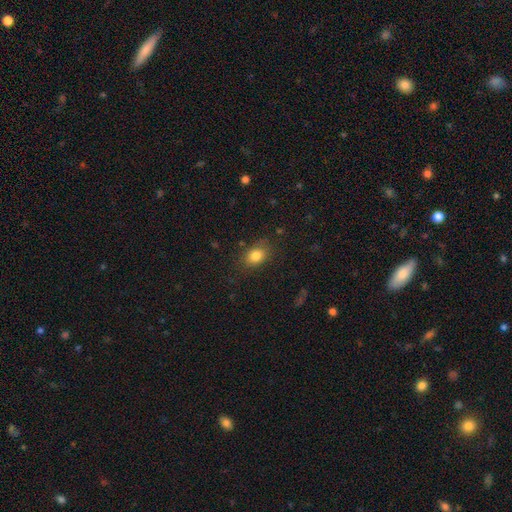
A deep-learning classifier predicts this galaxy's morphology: A smooth galaxy with no disk features (83%) that is in between round and cigar-shaped (71%).

Vote fractions:
- Smooth or featured? smooth: 83% / star or artifact: 10% / featured or disk: 8%
- How rounded? in between: 71% / round: 27% / cigar-shaped: 1%
- Merging? none: 80% / minor disturbance: 15% / major disturbance: 4% / merger: 1%